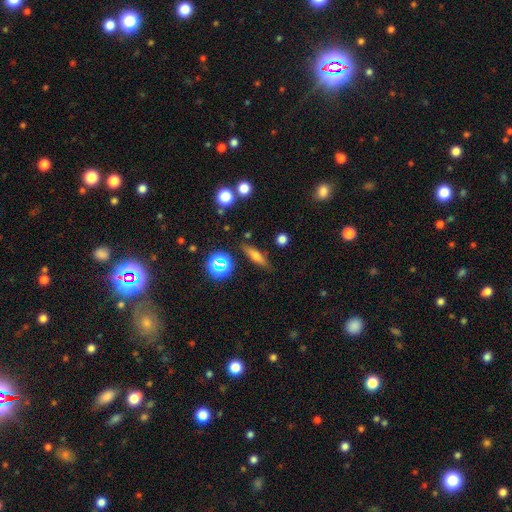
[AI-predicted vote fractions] Morphology: type=smooth (60%); roundness=cigar-shaped (60%); merging=none (82%).